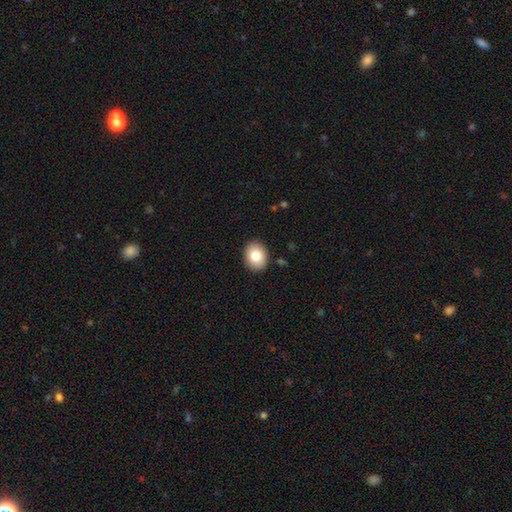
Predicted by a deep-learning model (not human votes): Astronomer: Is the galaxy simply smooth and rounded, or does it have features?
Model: smooth — 82%.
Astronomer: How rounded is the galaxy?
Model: in between — 58% (runner-up: round, 41%).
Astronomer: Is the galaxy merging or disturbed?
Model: none — 89%.